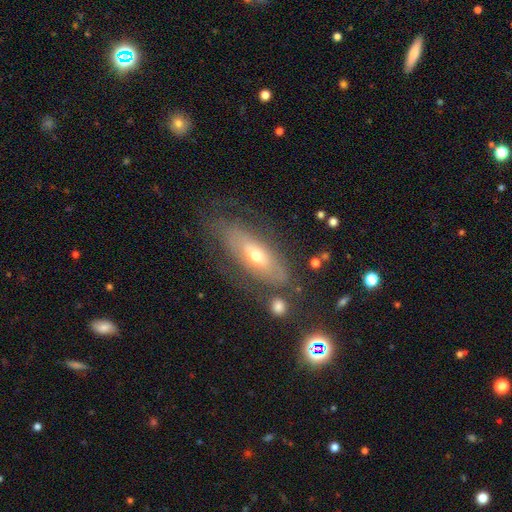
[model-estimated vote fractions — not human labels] Smooth or featured? featured or disk (56%)
Edge-on disk? no (69%)
Merging? none (62%)